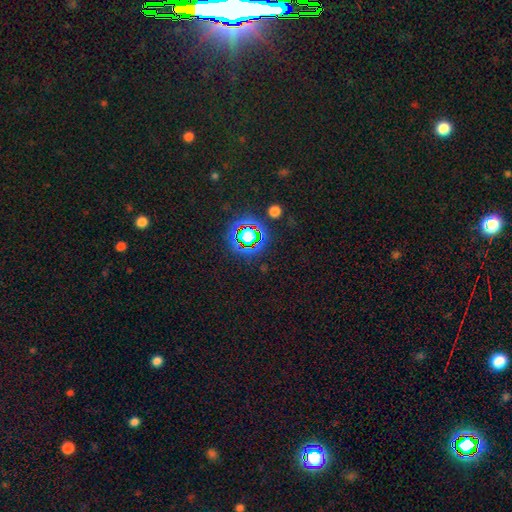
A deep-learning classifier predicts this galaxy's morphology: This is likely a star or artifact rather than a galaxy (79%).